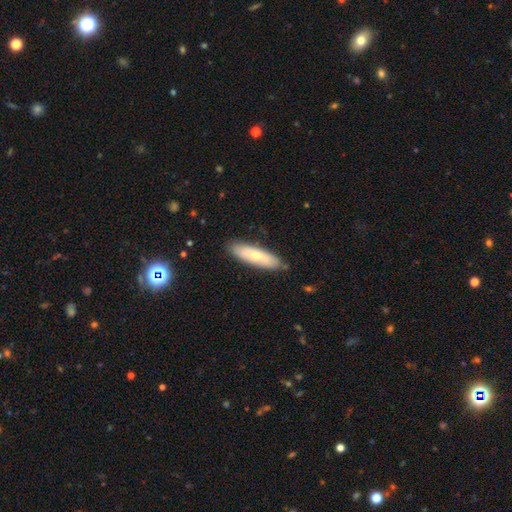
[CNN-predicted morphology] smooth_or_featured: smooth (p=0.66) [alt: featured or disk p=0.29]
how_rounded: cigar-shaped (p=0.58) [alt: in between p=0.41]
merging: none (p=0.85) [alt: minor disturbance p=0.11]